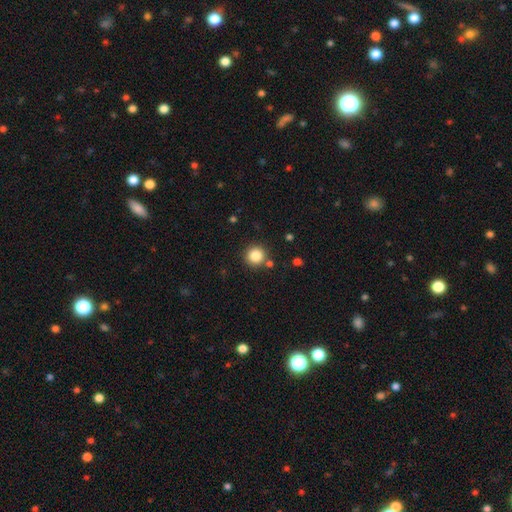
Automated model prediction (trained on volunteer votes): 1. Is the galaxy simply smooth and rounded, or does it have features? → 85% smooth, 11% star or artifact, 5% featured or disk.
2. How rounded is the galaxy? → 94% round, 5% in between, 1% cigar-shaped.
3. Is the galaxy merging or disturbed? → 84% none, 7% minor disturbance, 6% merger, 2% major disturbance.